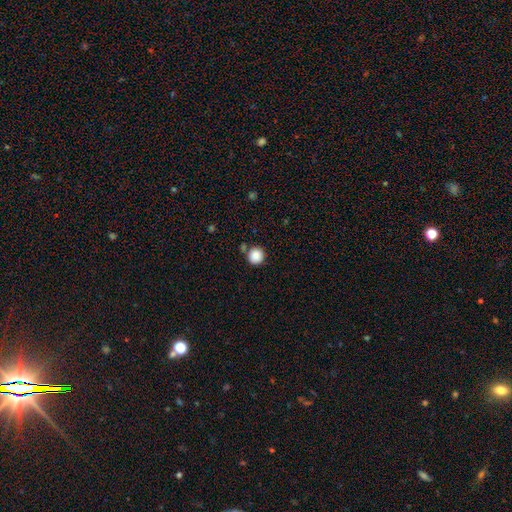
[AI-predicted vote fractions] A smooth galaxy with no disk features (87%) that is round (93%).

Vote fractions:
- Smooth or featured? smooth: 87% / star or artifact: 9% / featured or disk: 3%
- How rounded? round: 93% / in between: 6% / cigar-shaped: 1%
- Merging? none: 81% / minor disturbance: 9% / merger: 7% / major disturbance: 3%